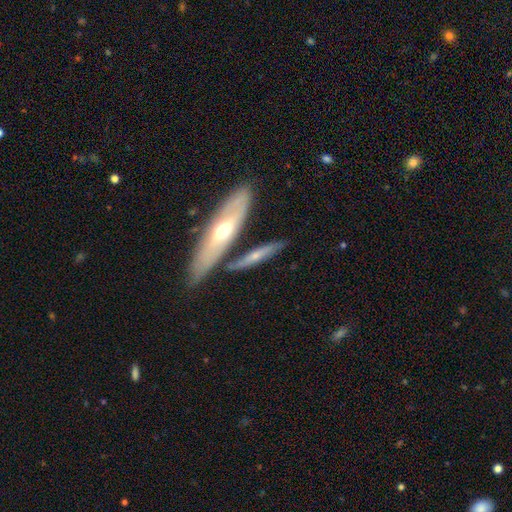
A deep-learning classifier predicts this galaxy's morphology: This appears to be a featured or disk galaxy (55%) viewed edge-on (80%). Merging: none (70%).